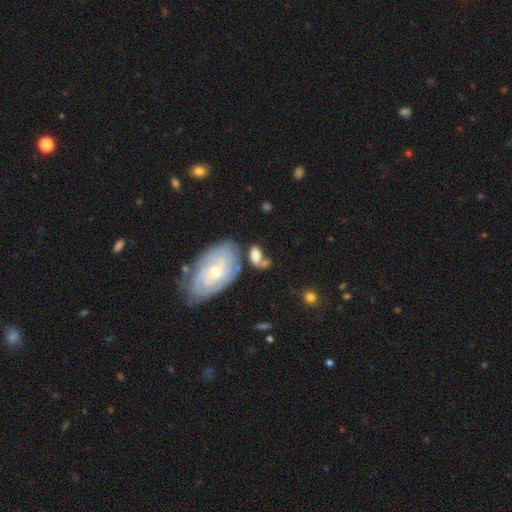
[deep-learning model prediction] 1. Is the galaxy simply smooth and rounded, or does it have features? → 57% smooth, 35% featured or disk, 8% star or artifact.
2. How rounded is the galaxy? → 87% in between, 10% round, 3% cigar-shaped.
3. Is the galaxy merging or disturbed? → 43% none, 24% merger, 20% minor disturbance, 13% major disturbance.